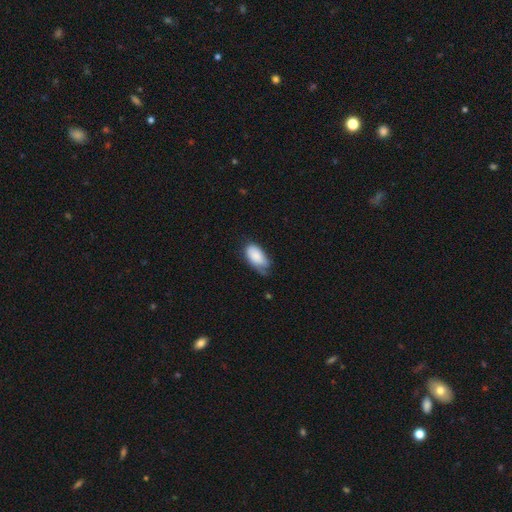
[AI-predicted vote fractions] smooth_or_featured: smooth (p=0.83) [alt: featured or disk p=0.10]
how_rounded: in between (p=0.94) [alt: cigar-shaped p=0.03]
merging: minor disturbance (p=0.44) [alt: none p=0.40]